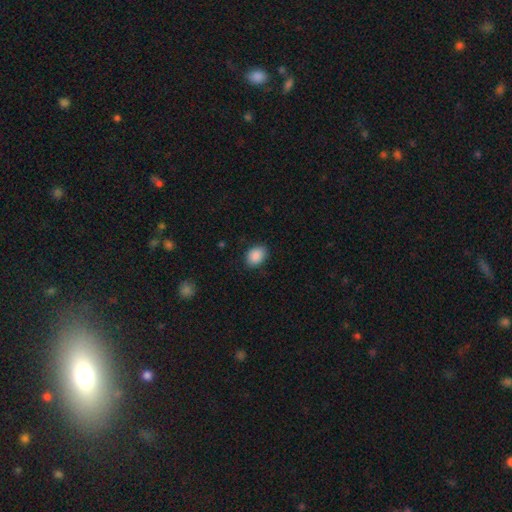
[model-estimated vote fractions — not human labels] smooth_or_featured: smooth (p=0.89) [alt: star or artifact p=0.08]
how_rounded: in between (p=0.65) [alt: round p=0.34]
merging: none (p=0.85) [alt: minor disturbance p=0.11]